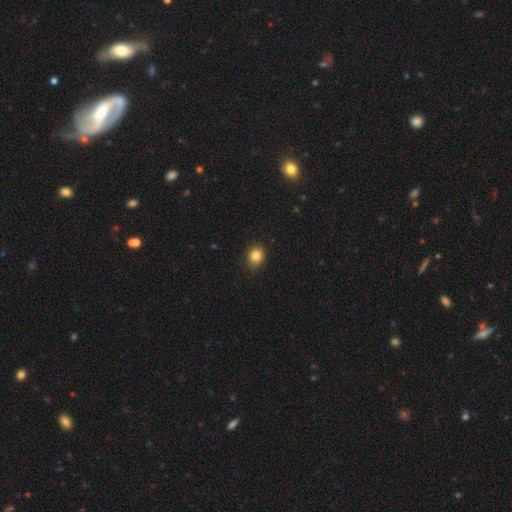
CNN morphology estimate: Smooth or featured?
  - smooth: 84% *
  - star or artifact: 10%
  - featured or disk: 6%
How rounded?
  - round: 59% *
  - in between: 40%
  - cigar-shaped: 1%
Merging?
  - none: 83% *
  - minor disturbance: 13%
  - major disturbance: 2%
  - merger: 1%